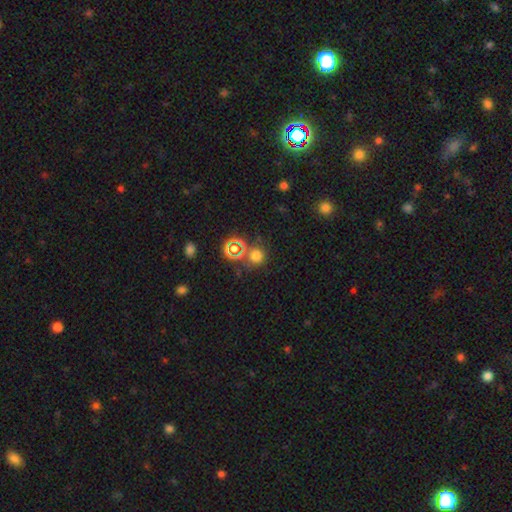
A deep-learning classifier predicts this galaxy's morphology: smooth 65%, star or artifact 28%, featured or disk 6%. Down the decision tree: how rounded — round (89%); merging — none (71%).